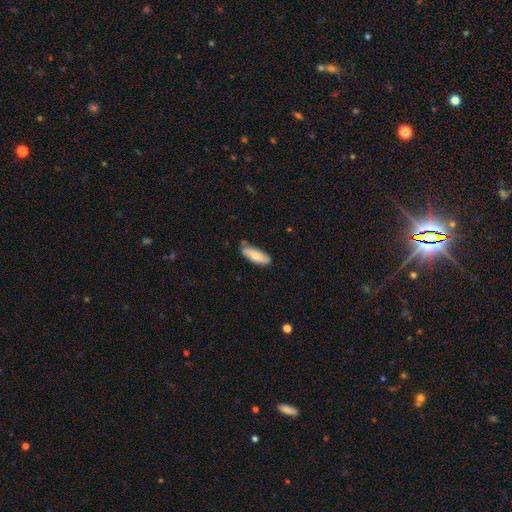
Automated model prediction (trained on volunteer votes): A smooth galaxy with no disk features (73%) that is in between round and cigar-shaped (62%). Merging: none (73%).